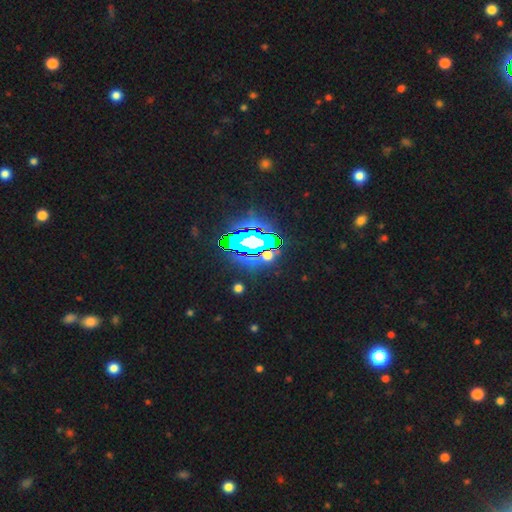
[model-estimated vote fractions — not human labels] smooth-or-featured: star or artifact: 79% | smooth: 12% | featured or disk: 9%